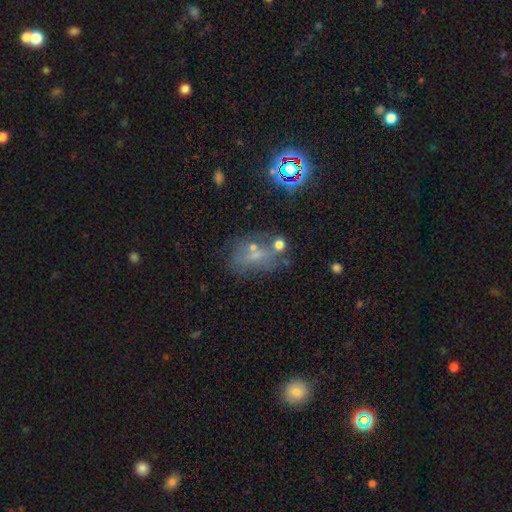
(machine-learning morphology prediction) Smooth or featured? Predicted: star or artifact (p=0.35).